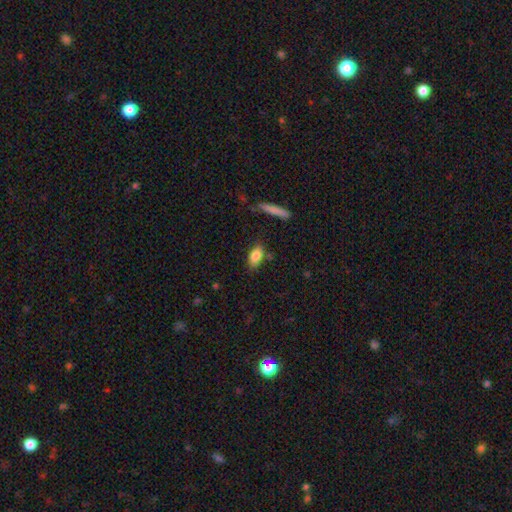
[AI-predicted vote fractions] Smooth or featured?
  - smooth: 84% *
  - featured or disk: 9%
  - star or artifact: 7%
How rounded?
  - in between: 84% *
  - cigar-shaped: 12%
  - round: 4%
Merging?
  - none: 75% *
  - minor disturbance: 16%
  - merger: 5%
  - major disturbance: 4%